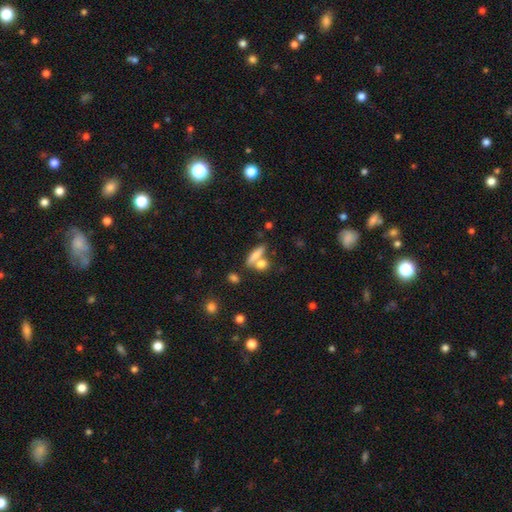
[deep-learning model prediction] A smooth galaxy with no disk features (68%) that is cigar-shaped (46%).

Vote fractions:
- Smooth or featured? smooth: 68% / featured or disk: 23% / star or artifact: 10%
- How rounded? cigar-shaped: 46% / in between: 42% / round: 12%
- Merging? none: 47% / merger: 38% / minor disturbance: 10% / major disturbance: 5%